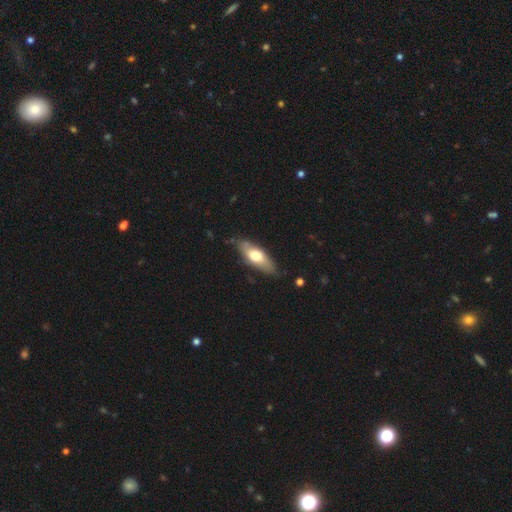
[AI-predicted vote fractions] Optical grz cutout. It shows a smooth galaxy with no disk features (60%) that is in between round and cigar-shaped (66%). Merging: none (79%).